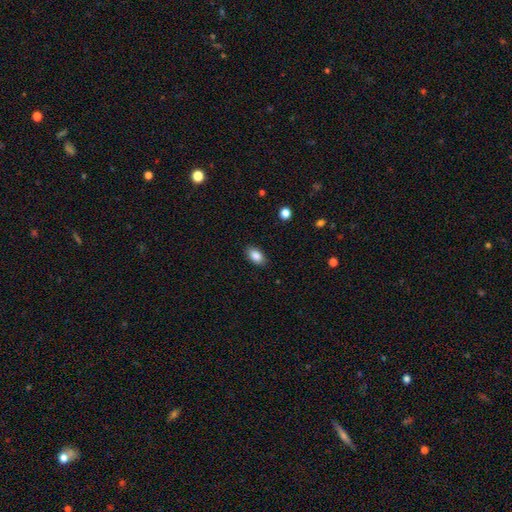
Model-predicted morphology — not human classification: Smooth or featured: smooth — 87% (star or artifact — 8%)
How rounded: in between — 91% (round — 7%)
Merging: none — 88% (minor disturbance — 9%)